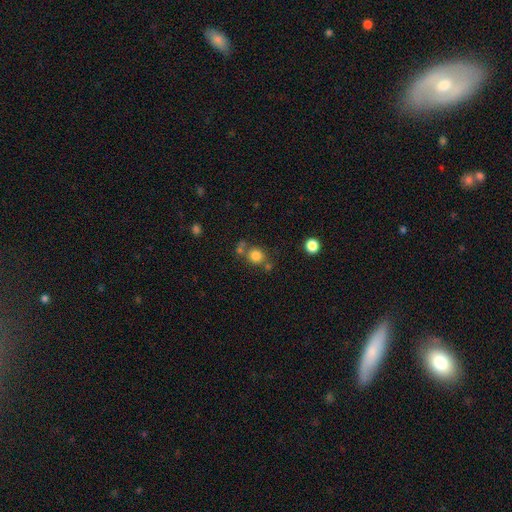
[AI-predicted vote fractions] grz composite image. It shows a smooth galaxy with no disk features (80%) that is round (86%). Merging: none (64%).